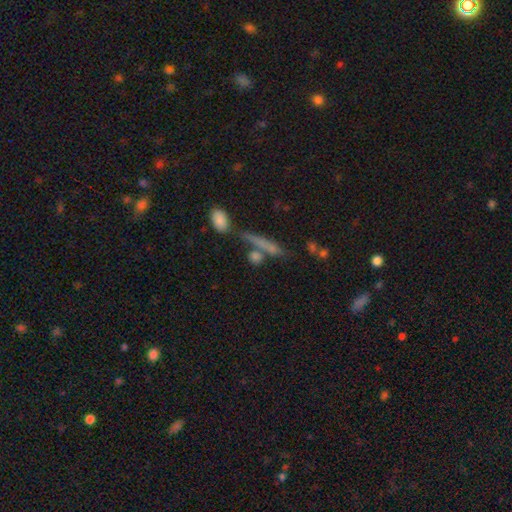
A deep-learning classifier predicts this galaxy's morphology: Smooth or featured?
  - smooth: 70% *
  - featured or disk: 19%
  - star or artifact: 11%
How rounded?
  - cigar-shaped: 43% *
  - round: 30%
  - in between: 27%
Merging?
  - none: 58% *
  - merger: 23%
  - minor disturbance: 12%
  - major disturbance: 7%